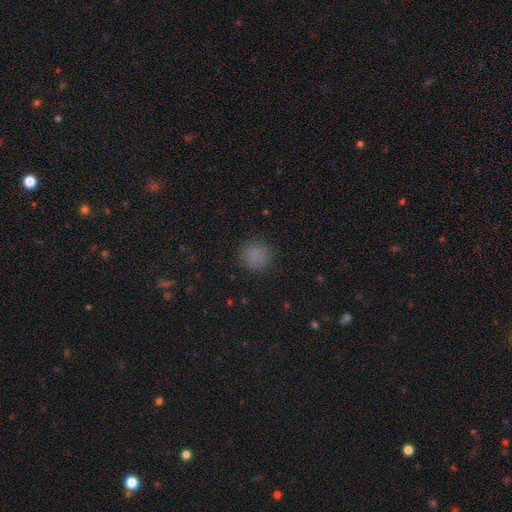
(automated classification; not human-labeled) Smooth or featured? smooth (82%)
How rounded? round (93%)
Merging? none (88%)